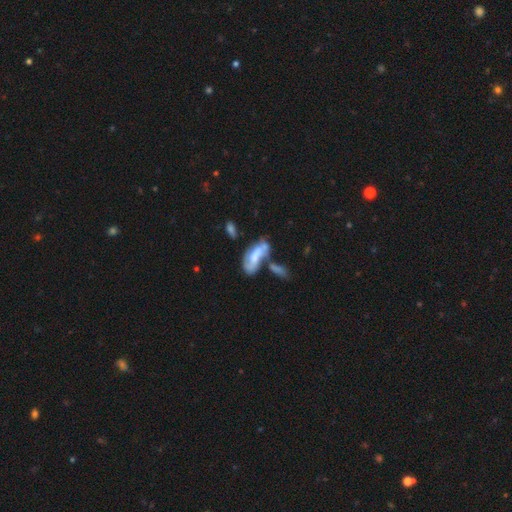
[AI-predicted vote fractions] smooth-or-featured: featured or disk: 50% | smooth: 42% | star or artifact: 7%
  disk-edge-on: no: 90% | yes: 10%
  merging: merger: 39% | none: 28% | minor disturbance: 18% | major disturbance: 15%